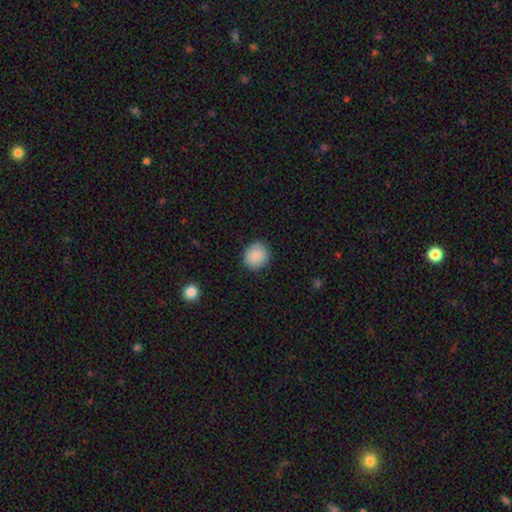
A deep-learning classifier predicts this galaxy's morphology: Q: Smooth or featured?
A: smooth (88%); runner-up: star or artifact (8%)
Q: How rounded?
A: round (83%); runner-up: in between (16%)
Q: Merging?
A: none (88%); runner-up: minor disturbance (9%)